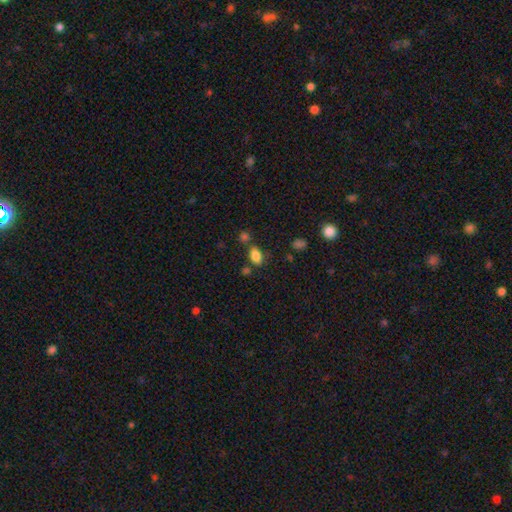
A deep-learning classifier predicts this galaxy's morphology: Overall: smooth (84%). How rounded: in between (88%). Merging: none (68%).